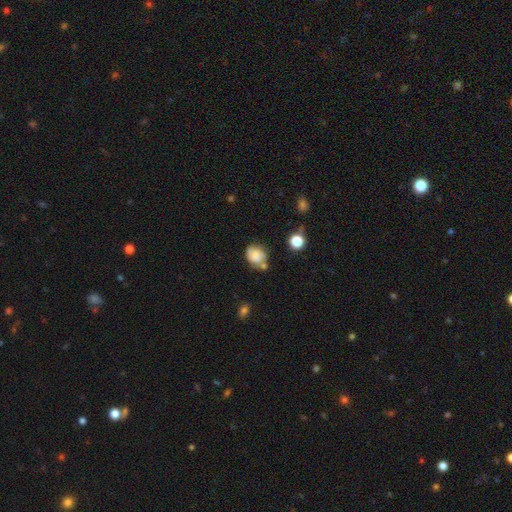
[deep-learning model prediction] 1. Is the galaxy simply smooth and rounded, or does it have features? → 52% smooth, 37% featured or disk, 11% star or artifact.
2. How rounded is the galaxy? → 58% round, 41% in between, 1% cigar-shaped.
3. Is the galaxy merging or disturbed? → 51% none, 25% minor disturbance, 14% merger, 9% major disturbance.